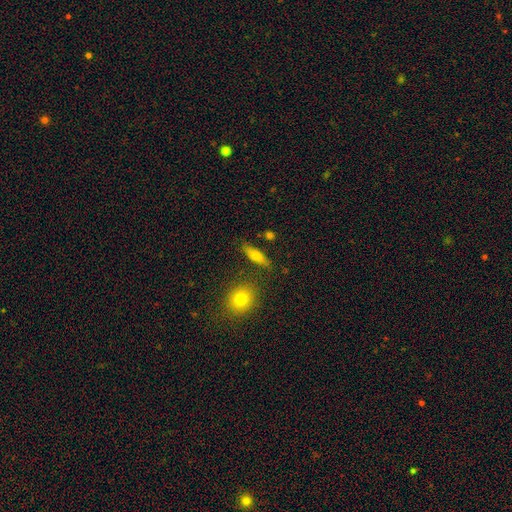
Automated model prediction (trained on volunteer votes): This is likely a smooth galaxy (70%). How rounded: possibly in between (47%, tied with cigar-shaped). Merging: clearly none (81%).